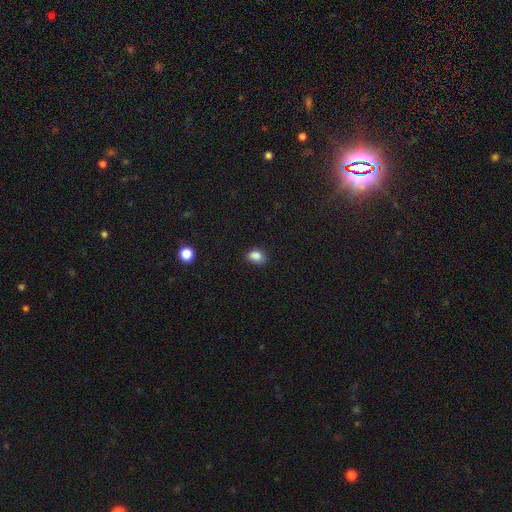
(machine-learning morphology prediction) Overall: smooth (84%). How rounded: in between (68%; round 31%). Merging: none (70%).